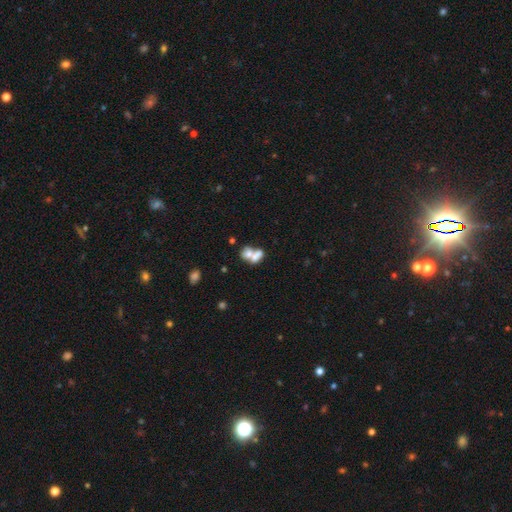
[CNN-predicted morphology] A smooth galaxy with no disk features (65%) that is in between round and cigar-shaped (68%).

Vote fractions:
- Smooth or featured? smooth: 65% / featured or disk: 25% / star or artifact: 10%
- How rounded? in between: 68% / round: 28% / cigar-shaped: 4%
- Merging? merger: 67% / none: 21% / minor disturbance: 7% / major disturbance: 6%